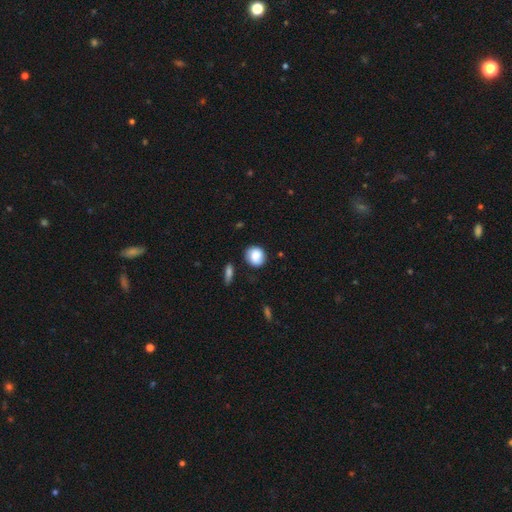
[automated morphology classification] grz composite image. It shows a smooth galaxy with no disk features (80%) that is round (79%). Merging: none (75%).